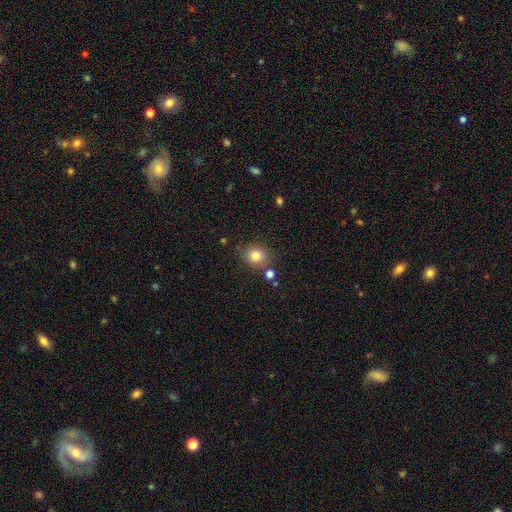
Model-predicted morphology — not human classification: The model was most divided on "how rounded": round: 75%, in between: 24%, cigar-shaped: 1%. More confident: smooth or featured — smooth (80%); merging — none (76%).